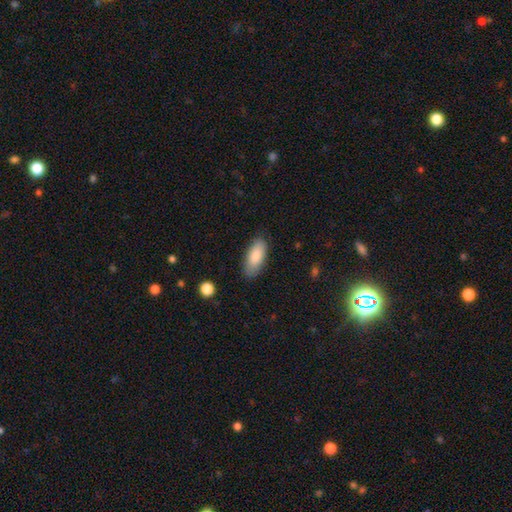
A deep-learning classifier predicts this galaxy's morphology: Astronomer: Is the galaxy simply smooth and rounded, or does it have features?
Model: smooth — 85%.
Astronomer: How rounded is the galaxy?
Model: in between — 83%.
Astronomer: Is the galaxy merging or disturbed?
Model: none — 84%.